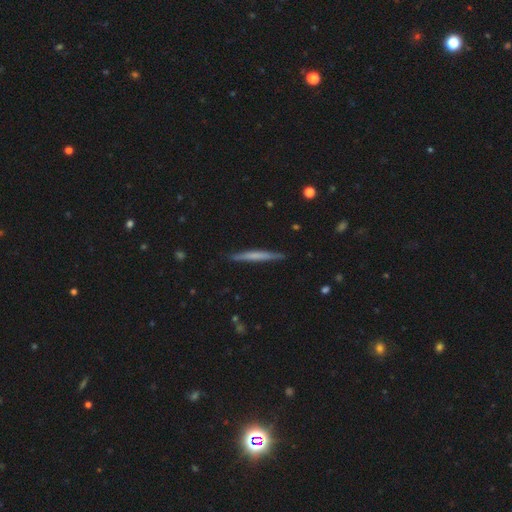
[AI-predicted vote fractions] A smooth galaxy with no disk features (53%) that is cigar-shaped (96%). Merging: none (89%).